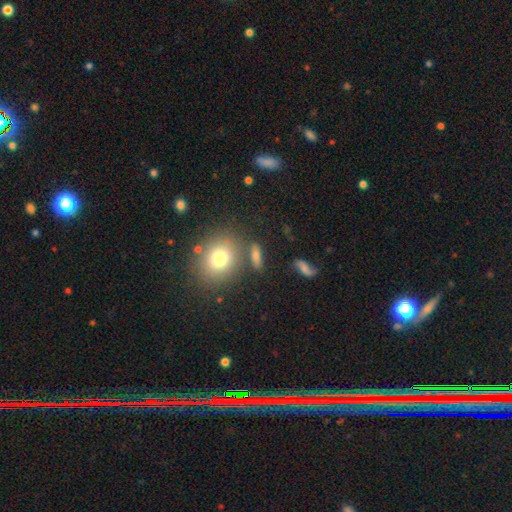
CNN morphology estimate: Smooth or featured: smooth — 68% (featured or disk — 17%)
How rounded: in between — 49% (cigar-shaped — 31%)
Merging: none — 72% (minor disturbance — 12%)